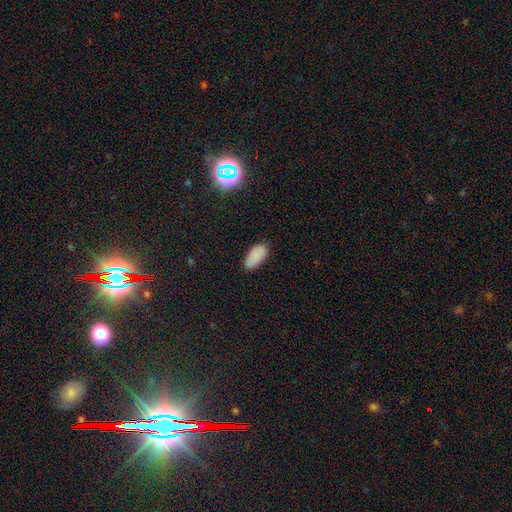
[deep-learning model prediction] This appears to be a smooth galaxy with no disk features (87%) that is in between round and cigar-shaped (94%). Merging: none (81%).